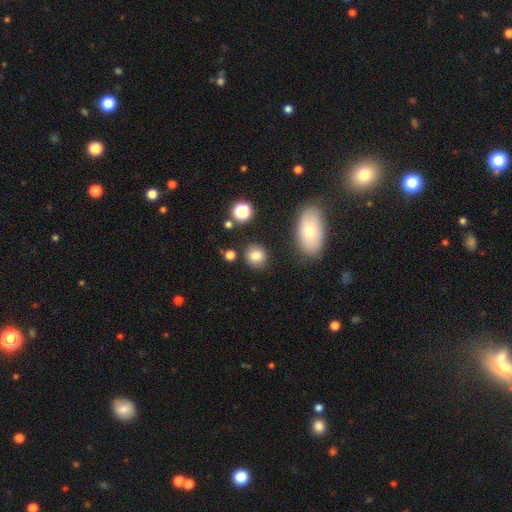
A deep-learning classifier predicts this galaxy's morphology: This appears to be a smooth galaxy with no disk features (81%) that is round (76%). Merging: none (82%).